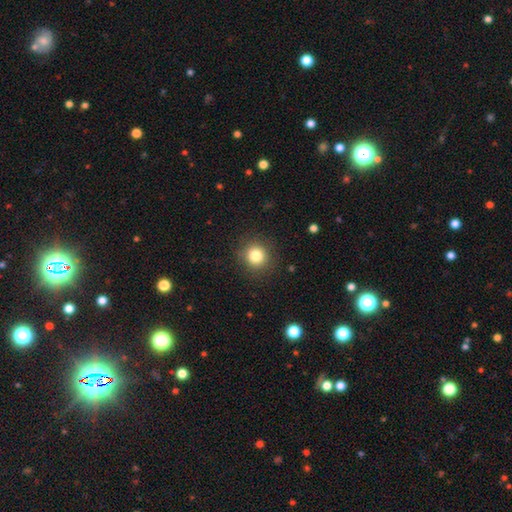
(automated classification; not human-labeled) The model was most divided on "smooth or featured": smooth: 82%, star or artifact: 12%, featured or disk: 7%. More confident: how rounded — round (92%); merging — none (89%).